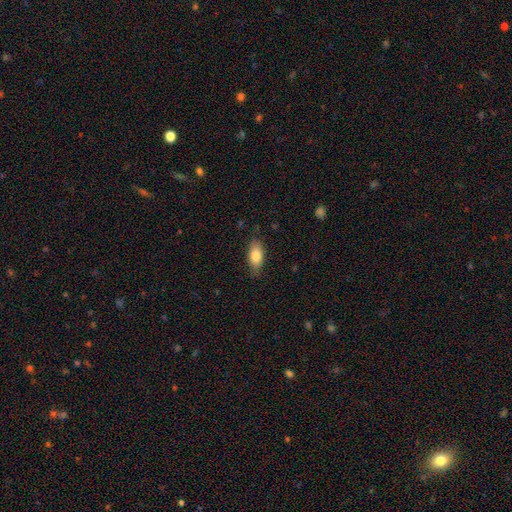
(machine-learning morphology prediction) This appears to be a smooth galaxy with no disk features (82%) that is in between round and cigar-shaped (86%). Merging: none (81%).